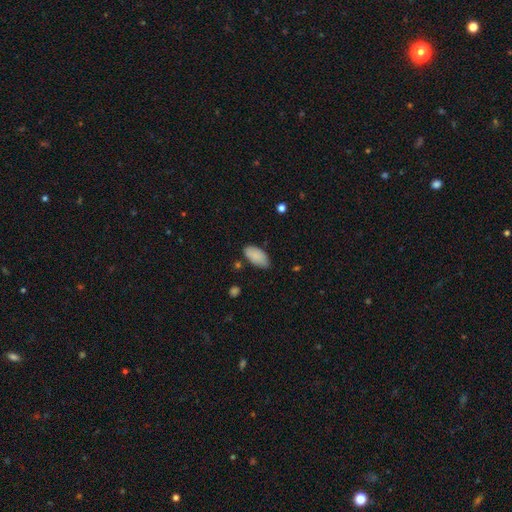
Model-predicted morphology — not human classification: A smooth galaxy with no disk features (87%) that is in between round and cigar-shaped (94%). Merging: none (77%).